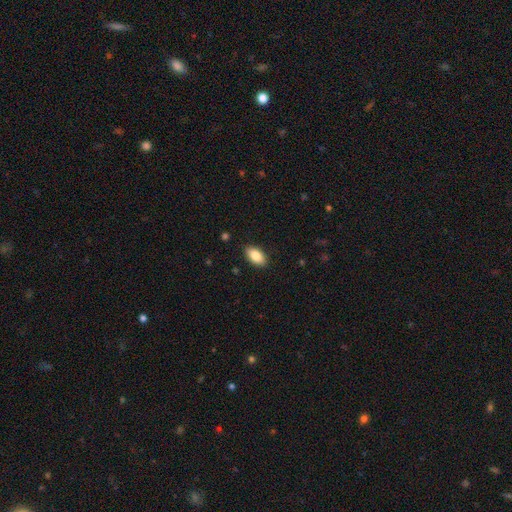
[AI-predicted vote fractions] The model was most divided on "smooth or featured": smooth: 85%, featured or disk: 8%, star or artifact: 7%. More confident: how rounded — in between (93%); merging — none (89%).